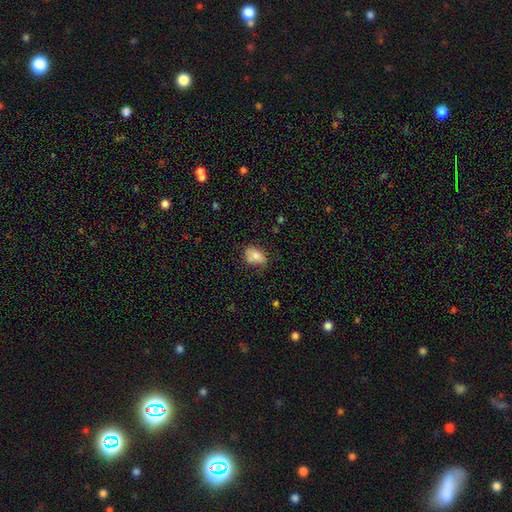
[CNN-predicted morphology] Smooth or featured? smooth (79%)
How rounded? in between (83%)
Merging? none (61%)